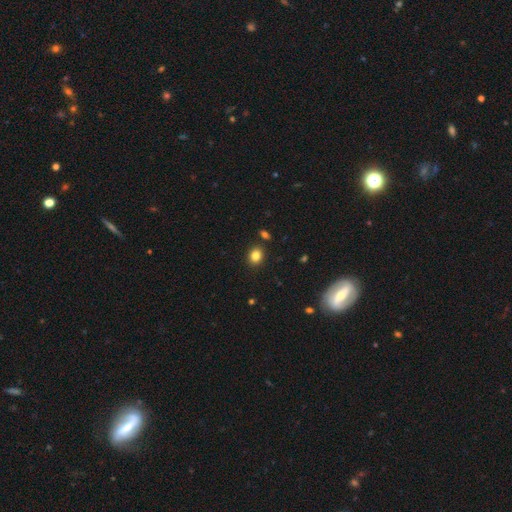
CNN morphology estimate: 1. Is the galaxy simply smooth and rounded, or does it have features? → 83% smooth, 11% star or artifact, 6% featured or disk.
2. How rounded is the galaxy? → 60% round, 39% in between, 1% cigar-shaped.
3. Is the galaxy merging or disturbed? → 87% none, 8% minor disturbance, 4% merger, 2% major disturbance.